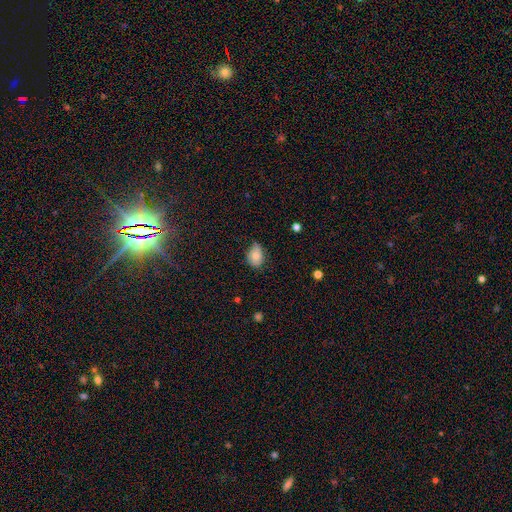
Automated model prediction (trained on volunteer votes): Smooth or featured?
  - smooth: 75% *
  - featured or disk: 16%
  - star or artifact: 9%
How rounded?
  - in between: 64% *
  - round: 34%
  - cigar-shaped: 1%
Merging?
  - none: 50% *
  - minor disturbance: 40%
  - major disturbance: 8%
  - merger: 2%